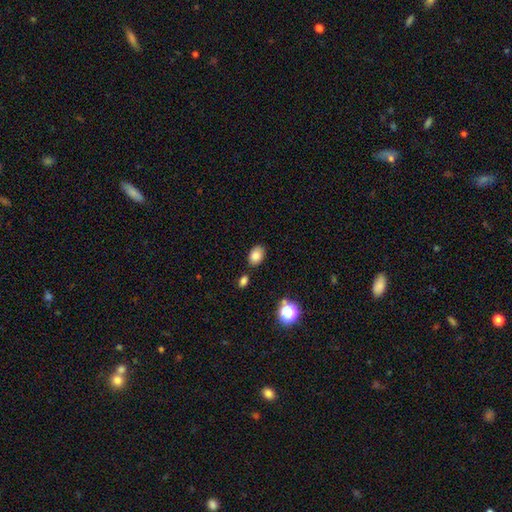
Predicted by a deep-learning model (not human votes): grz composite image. It shows a smooth galaxy with no disk features (83%) that is in between round and cigar-shaped (83%). Merging: none (78%).